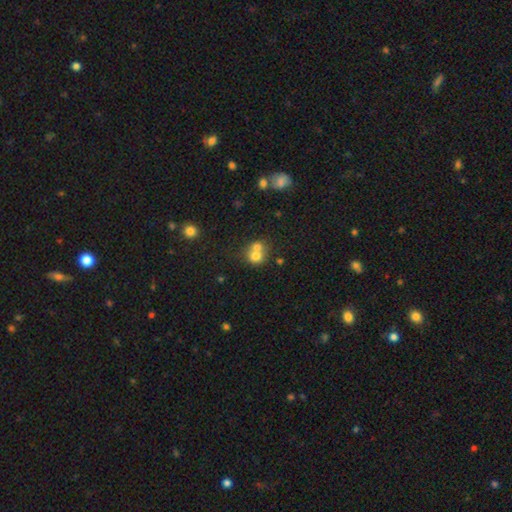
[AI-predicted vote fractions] Overall: smooth (71%). How rounded: round (80%). Merging: merger (59%; none 32%).